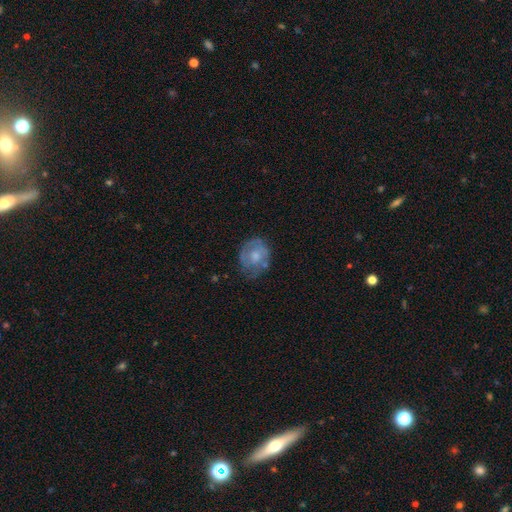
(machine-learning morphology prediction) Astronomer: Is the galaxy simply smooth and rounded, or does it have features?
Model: featured or disk — 52% (runner-up: smooth, 41%).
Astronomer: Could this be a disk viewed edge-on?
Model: no — 97%.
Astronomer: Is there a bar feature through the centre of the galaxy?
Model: no — 80%.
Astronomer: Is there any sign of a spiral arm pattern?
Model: yes — 53% (runner-up: no, 47%).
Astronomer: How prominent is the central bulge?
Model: moderate — 54%.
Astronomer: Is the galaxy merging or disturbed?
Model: none — 60%.